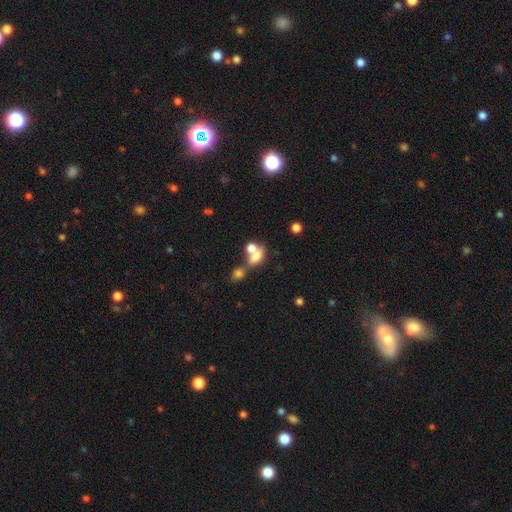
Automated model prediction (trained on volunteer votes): Smooth or featured? smooth (69%)
How rounded? in between (72%)
Merging? merger (53%)